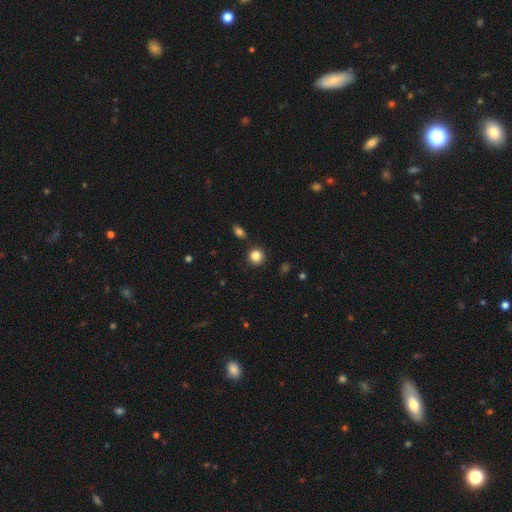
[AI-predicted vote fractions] This appears to be a smooth galaxy with no disk features (85%) that is round (92%). Merging: none (88%).